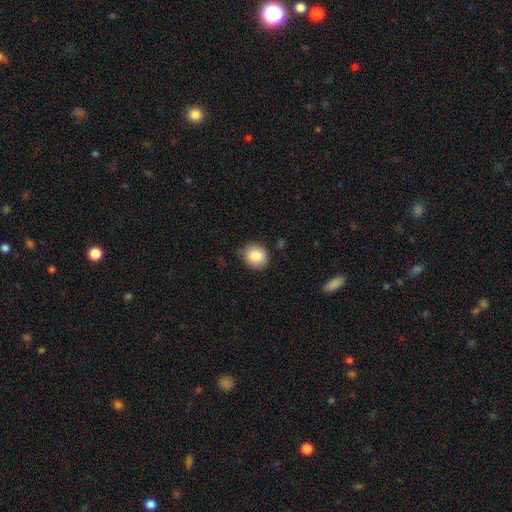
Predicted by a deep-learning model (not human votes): smooth 86%, star or artifact 8%, featured or disk 6%. Down the decision tree: how rounded — round (73%); merging — none (83%).